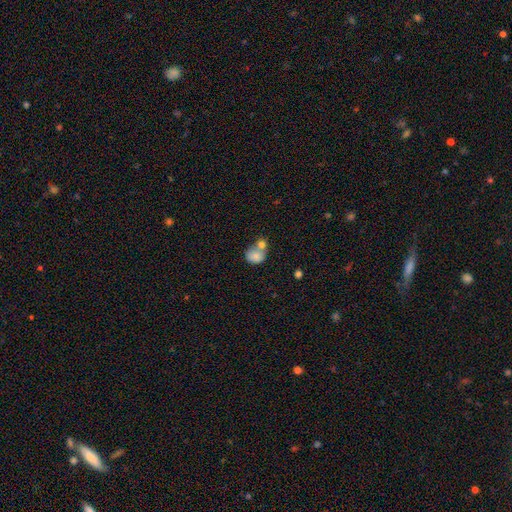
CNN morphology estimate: Q: Smooth or featured?
A: smooth (78%); runner-up: featured or disk (13%)
Q: How rounded?
A: round (57%); runner-up: in between (42%)
Q: Merging?
A: merger (52%); runner-up: none (31%)